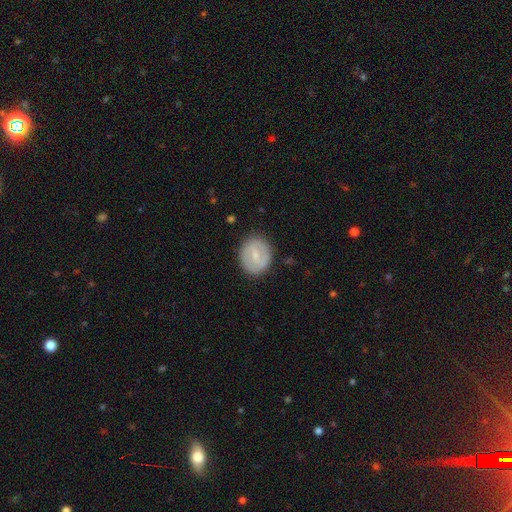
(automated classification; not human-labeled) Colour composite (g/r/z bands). It shows a featured or disk galaxy (51%). Merging: none (85%).